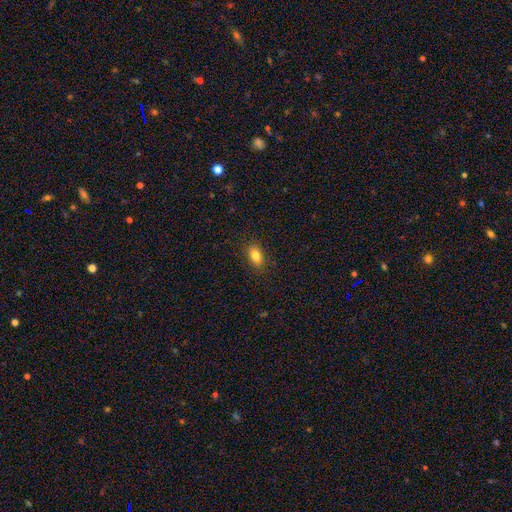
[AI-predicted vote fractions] Smooth or featured? smooth (82%)
How rounded? in between (85%)
Merging? none (88%)